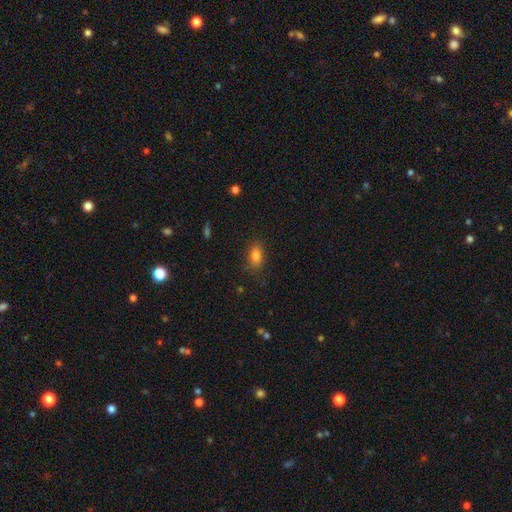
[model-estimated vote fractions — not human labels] Smooth or featured? smooth (81%)
How rounded? in between (83%)
Merging? none (79%)